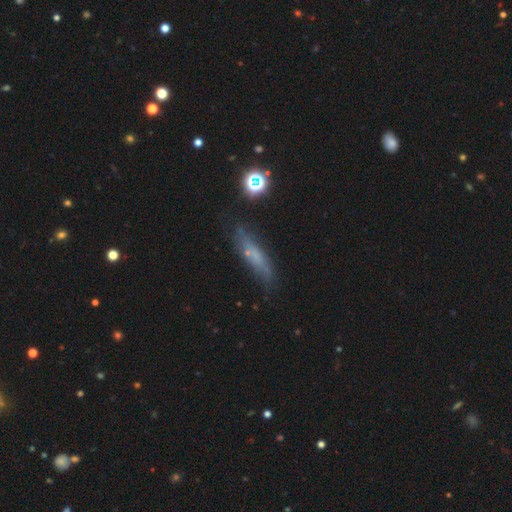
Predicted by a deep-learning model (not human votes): Morphology: type=smooth (48%); merging=none (66%).